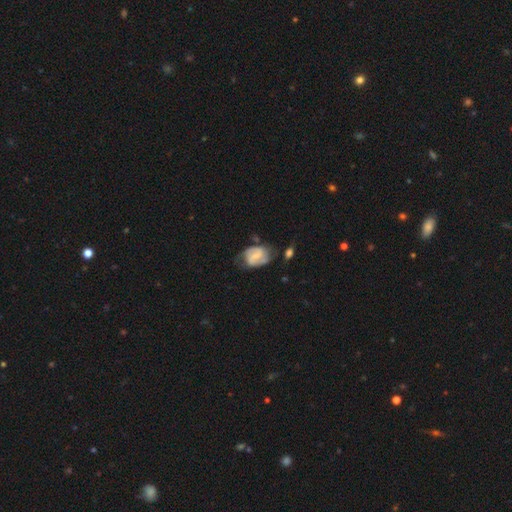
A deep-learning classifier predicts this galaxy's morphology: type=featured or disk (70%); edge-on=no (97%); bar=weak (52%); spiral arms=yes (89%); winding=medium (46%); arm count=2 (80%); bulge=small (49%); merging=none (54%).